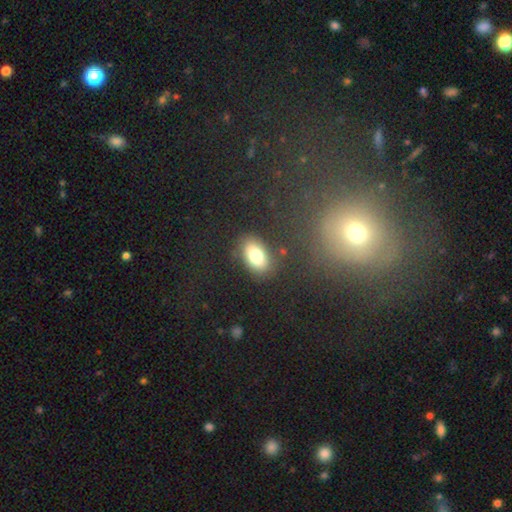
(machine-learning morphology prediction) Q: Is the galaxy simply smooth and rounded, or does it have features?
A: smooth — 78%.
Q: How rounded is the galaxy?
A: in between — 88%.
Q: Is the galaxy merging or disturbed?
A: none — 83%.